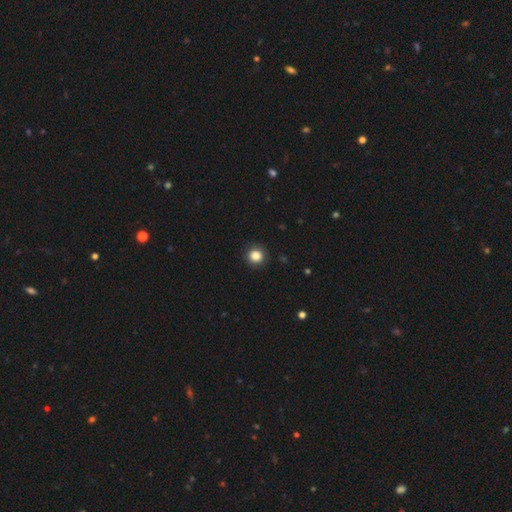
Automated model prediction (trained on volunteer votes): Morphology: type=smooth (85%); roundness=round (92%); merging=none (92%).